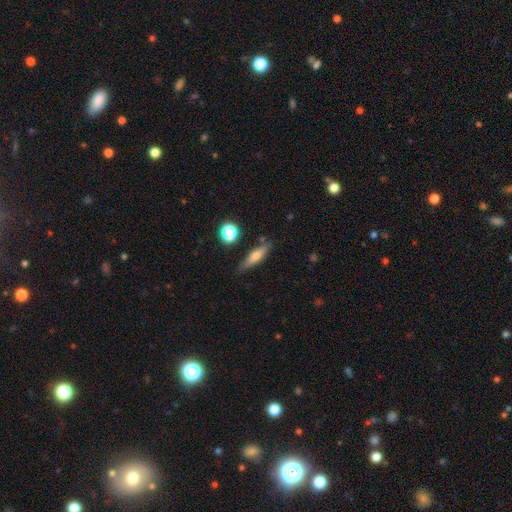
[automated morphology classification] A smooth galaxy with no disk features (54%) that is cigar-shaped (69%). Merging: none (80%).